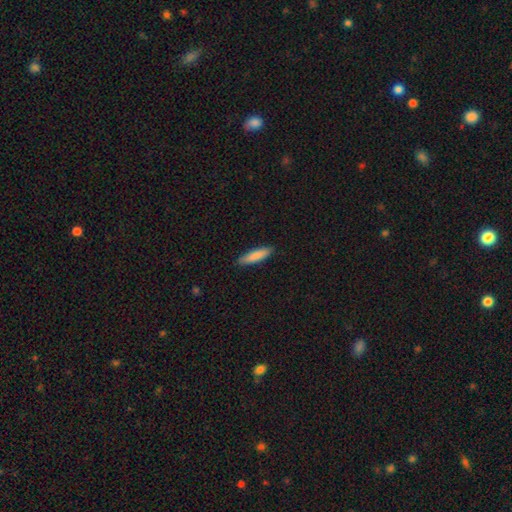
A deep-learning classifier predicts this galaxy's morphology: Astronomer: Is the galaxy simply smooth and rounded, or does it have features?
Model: smooth — 84%.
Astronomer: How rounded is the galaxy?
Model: cigar-shaped — 76%.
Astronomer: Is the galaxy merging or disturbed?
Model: none — 90%.